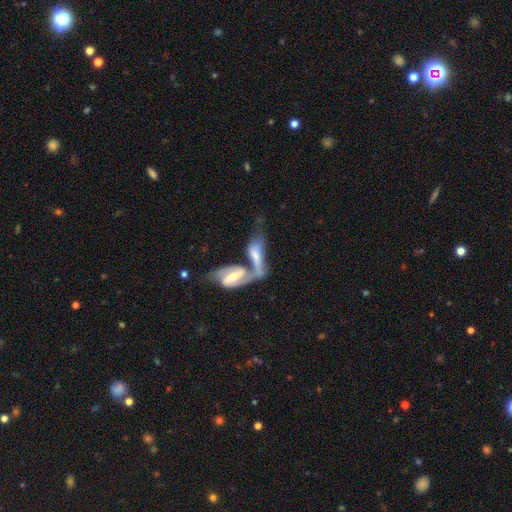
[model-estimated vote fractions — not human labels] smooth_or_featured: featured or disk (p=0.72) [alt: smooth p=0.23]
disk_edge_on: no (p=0.87) [alt: yes p=0.13]
bar: weak (p=0.39) [tied with: strong p=0.39]
has_spiral_arms: yes (p=0.83) [alt: no p=0.17]
spiral_winding: loose (p=0.47) [alt: medium p=0.37]
spiral_arm_count: 2 (p=0.82) [alt: can't tell p=0.08]
bulge_size: moderate (p=0.47) [alt: small p=0.40]
merging: merger (p=0.68) [alt: none p=0.16]